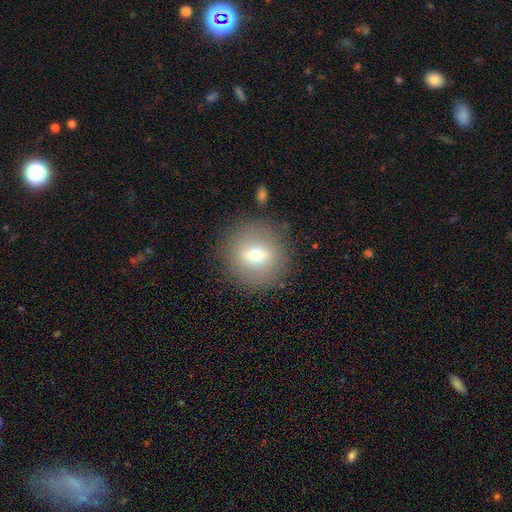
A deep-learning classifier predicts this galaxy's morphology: This appears to be a smooth galaxy with no disk features (50%) that is round (92%). Merging: none (86%).